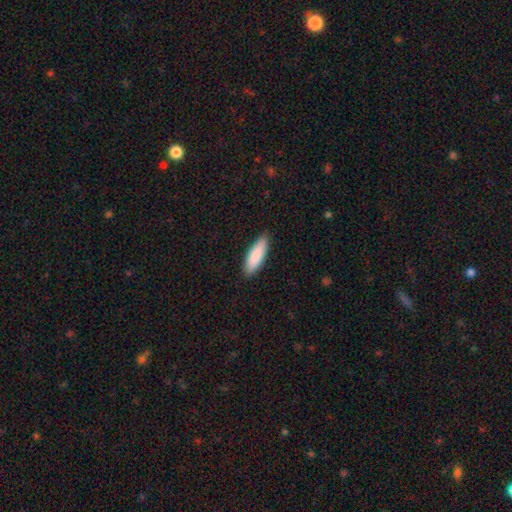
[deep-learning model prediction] smooth-or-featured: smooth: 88% | featured or disk: 7% | star or artifact: 5%
  how-rounded: in between: 54% | cigar-shaped: 45% | round: 1%
  merging: none: 87% | minor disturbance: 10% | major disturbance: 2% | merger: 1%